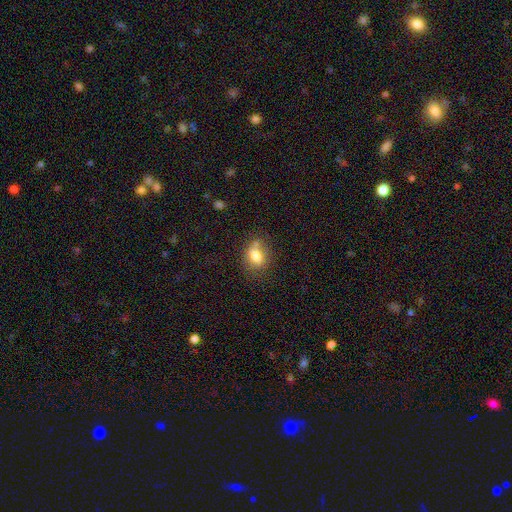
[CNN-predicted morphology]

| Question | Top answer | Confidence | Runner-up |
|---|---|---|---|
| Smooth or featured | smooth | 77% | featured or disk (13%) |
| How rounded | in between | 63% | round (35%) |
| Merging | none | 55% | minor disturbance (21%) |